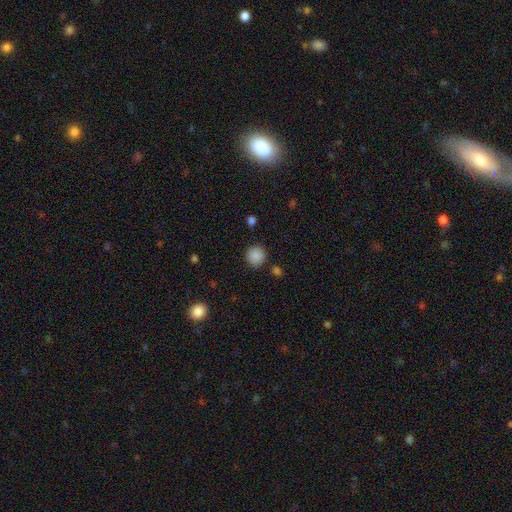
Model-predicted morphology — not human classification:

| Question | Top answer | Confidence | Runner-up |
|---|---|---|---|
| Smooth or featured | smooth | 86% | star or artifact (9%) |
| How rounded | round | 93% | in between (7%) |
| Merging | none | 88% | minor disturbance (7%) |